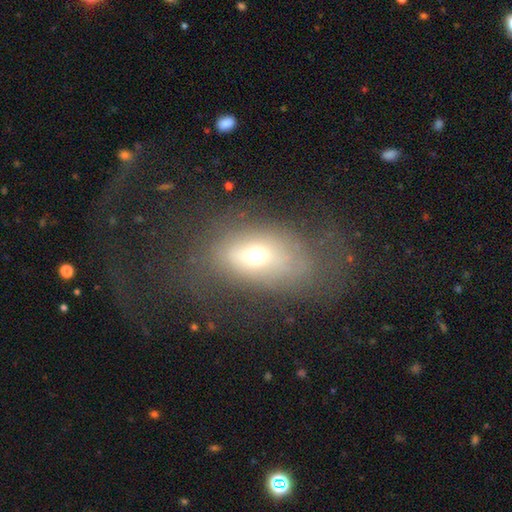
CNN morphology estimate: smooth-or-featured: smooth: 56% | featured or disk: 30% | star or artifact: 14%
  how-rounded: in between: 78% | round: 19% | cigar-shaped: 3%
  merging: none: 52% | major disturbance: 23% | minor disturbance: 22% | merger: 2%